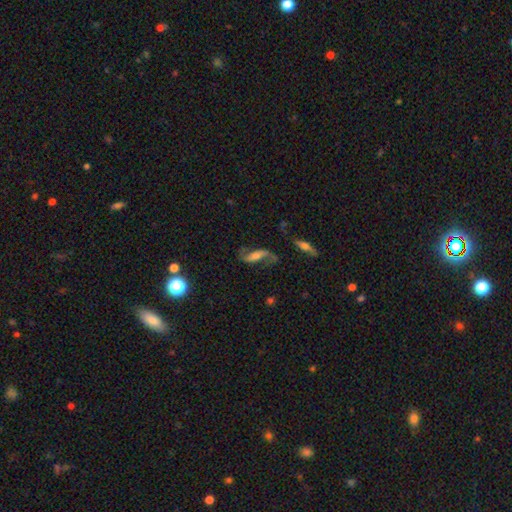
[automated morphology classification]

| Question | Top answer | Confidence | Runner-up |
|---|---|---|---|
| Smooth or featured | featured or disk | 77% | smooth (14%) |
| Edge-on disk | no | 91% | yes (9%) |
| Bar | weak | 38% | no (34%) |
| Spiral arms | yes | 93% | no (7%) |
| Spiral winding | loose | 80% | medium (16%) |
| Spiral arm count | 2 | 90% | 1 (4%) |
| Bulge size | small | 31% | moderate (30%) |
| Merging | none | 64% | minor disturbance (17%) |